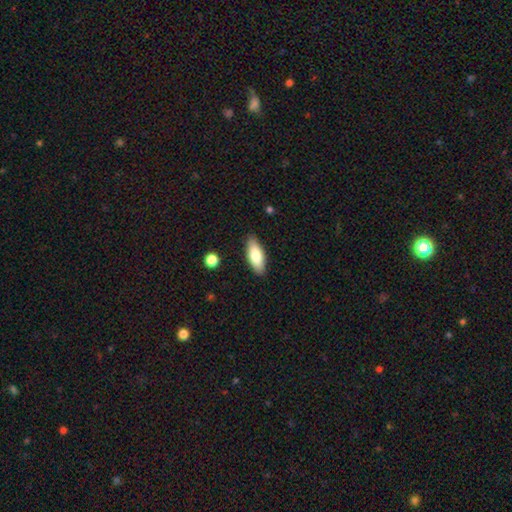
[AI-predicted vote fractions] Smooth or featured: smooth — 78% (featured or disk — 16%)
How rounded: in between — 74% (cigar-shaped — 24%)
Merging: none — 86% (minor disturbance — 10%)